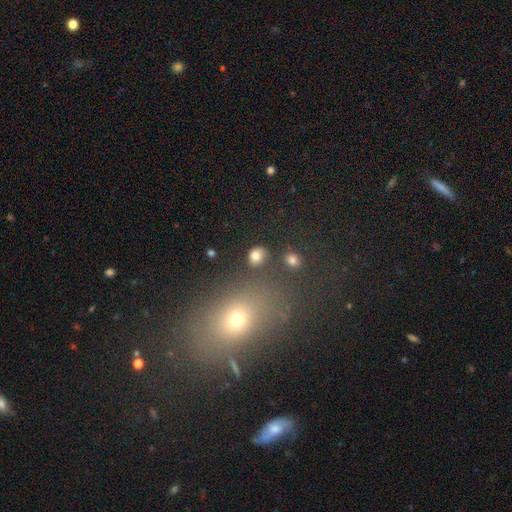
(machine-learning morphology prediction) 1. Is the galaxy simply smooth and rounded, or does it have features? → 82% smooth, 12% star or artifact, 6% featured or disk.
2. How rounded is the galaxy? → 54% round, 45% in between, 1% cigar-shaped.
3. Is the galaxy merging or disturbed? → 82% none, 9% minor disturbance, 5% merger, 4% major disturbance.